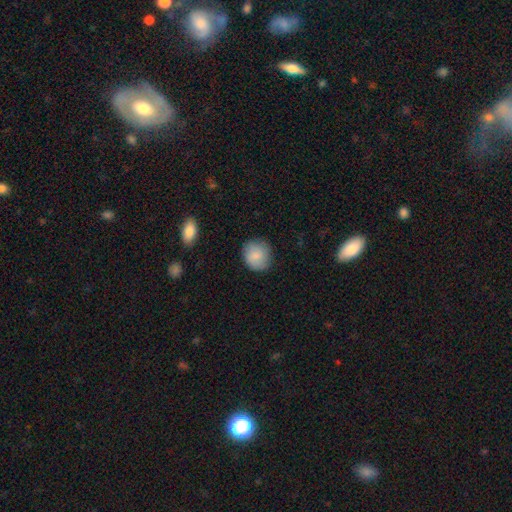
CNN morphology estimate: type=smooth (86%); roundness=round (85%); merging=none (82%).